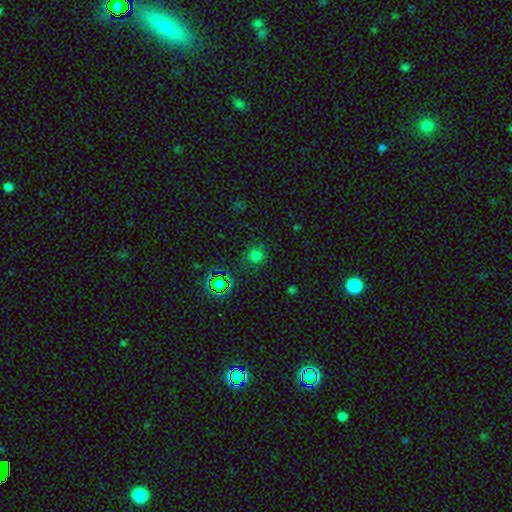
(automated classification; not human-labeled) A smooth galaxy with no disk features (66%) that is round (87%).

Vote fractions:
- Smooth or featured? smooth: 66% / star or artifact: 28% / featured or disk: 6%
- How rounded? round: 87% / in between: 12% / cigar-shaped: 1%
- Merging? none: 81% / minor disturbance: 12% / major disturbance: 5% / merger: 2%